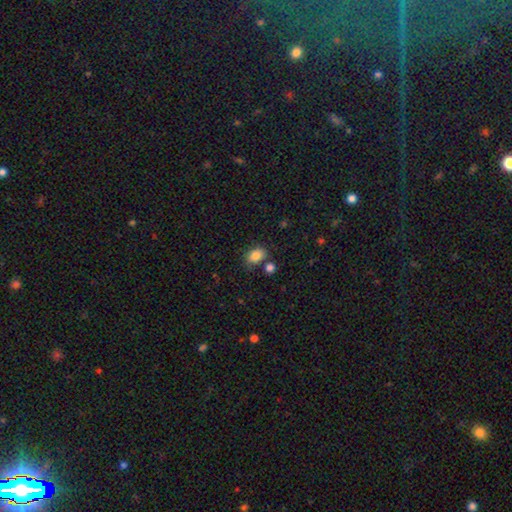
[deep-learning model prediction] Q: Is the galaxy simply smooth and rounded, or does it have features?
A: smooth — 84%.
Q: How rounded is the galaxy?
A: in between — 77%.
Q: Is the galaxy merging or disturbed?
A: none — 67%.